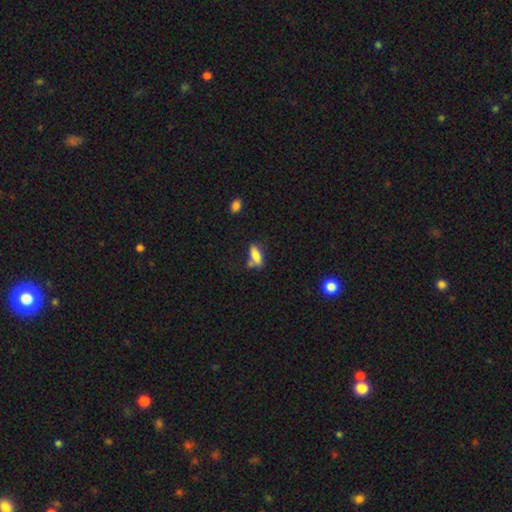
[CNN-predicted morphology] This appears to be a smooth galaxy with no disk features (80%) that is in between round and cigar-shaped (67%). Merging: none (54%).